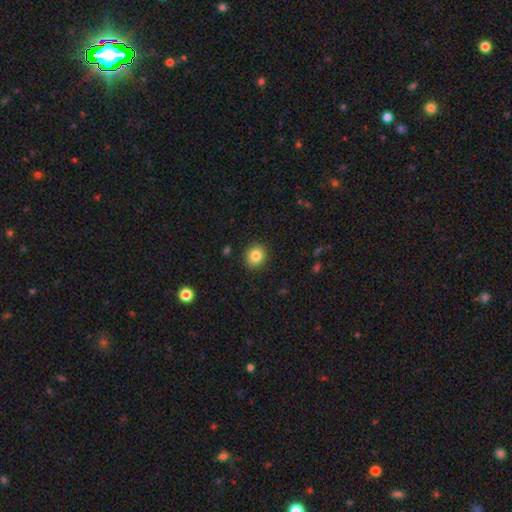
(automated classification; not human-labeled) smooth 84%, star or artifact 10%, featured or disk 6%. Down the decision tree: how rounded — round (81%); merging — none (90%).